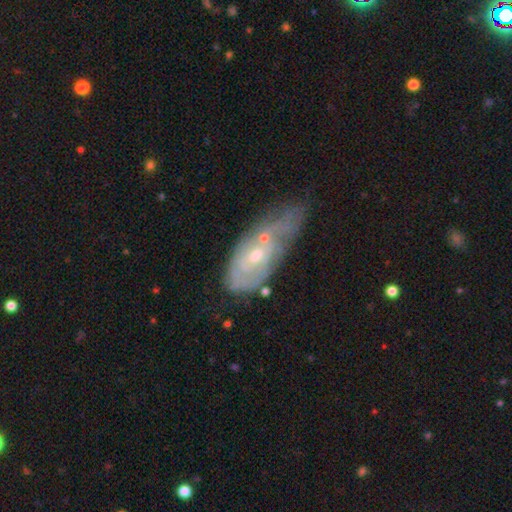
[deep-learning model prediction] The model was most divided on "spiral arms" (2-way tie): no: 50%, yes: 50%. Remaining: edge-on disk — no (89%); bar — no (72%); smooth or featured — featured or disk (62%); bulge size — small (50%); merging — none (31%).